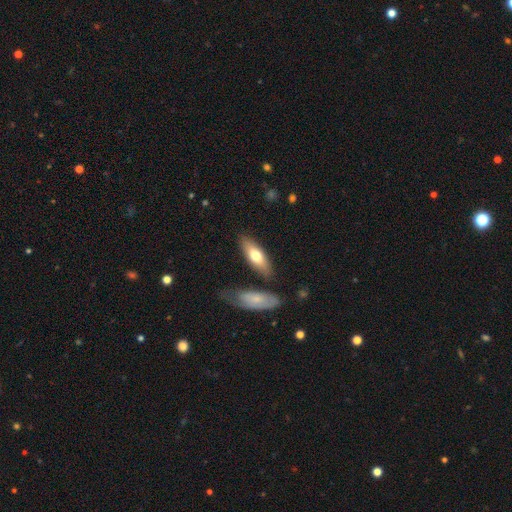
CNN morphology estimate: Q: Smooth or featured?
A: smooth (66%); runner-up: featured or disk (29%)
Q: How rounded?
A: in between (61%); runner-up: cigar-shaped (37%)
Q: Merging?
A: none (76%); runner-up: minor disturbance (14%)